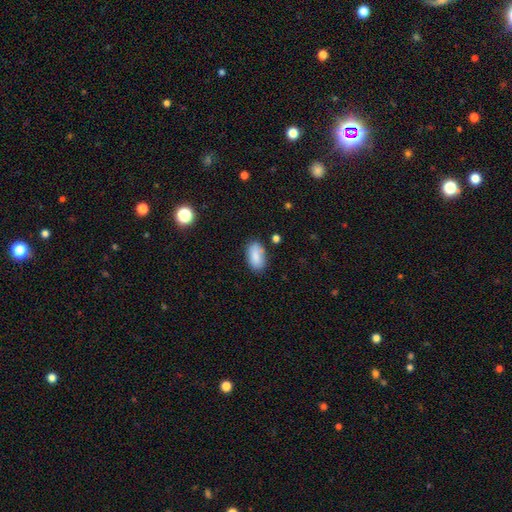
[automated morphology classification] smooth 85%, star or artifact 7%, featured or disk 7%. Down the decision tree: how rounded — in between (93%); merging — none (73%).